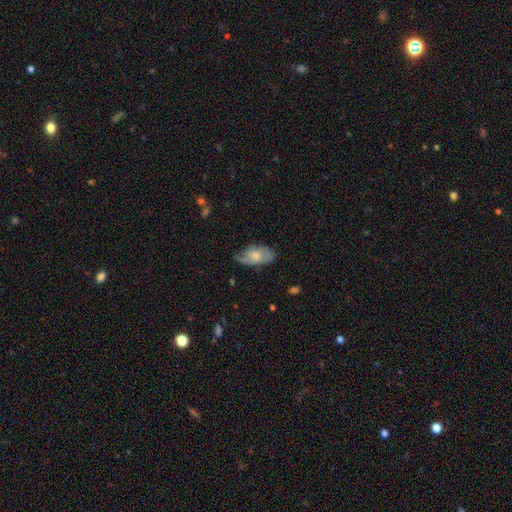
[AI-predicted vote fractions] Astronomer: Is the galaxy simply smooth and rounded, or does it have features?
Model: smooth — 48% (runner-up: featured or disk, 45%).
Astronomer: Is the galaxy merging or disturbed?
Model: none — 60%.